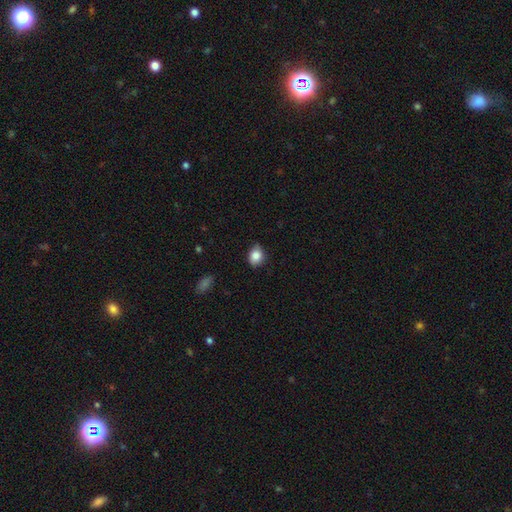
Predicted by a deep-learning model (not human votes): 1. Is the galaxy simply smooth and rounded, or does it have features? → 84% smooth, 9% star or artifact, 7% featured or disk.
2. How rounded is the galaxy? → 50% round, 49% in between, 1% cigar-shaped.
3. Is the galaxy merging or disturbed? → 75% none, 21% minor disturbance, 3% major disturbance, 1% merger.